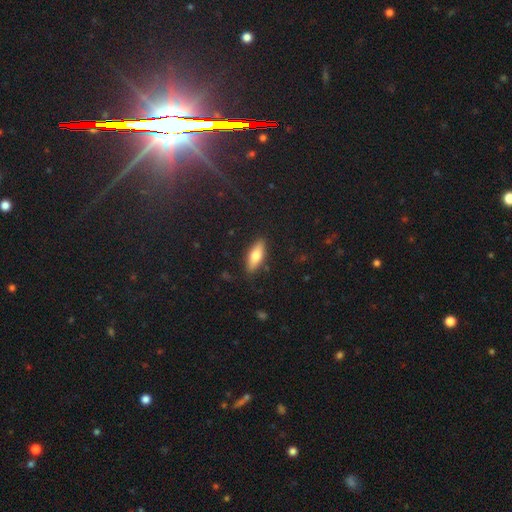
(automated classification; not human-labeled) smooth 69%, featured or disk 24%, star or artifact 7%. Down the decision tree: how rounded — in between (64%); merging — none (86%).